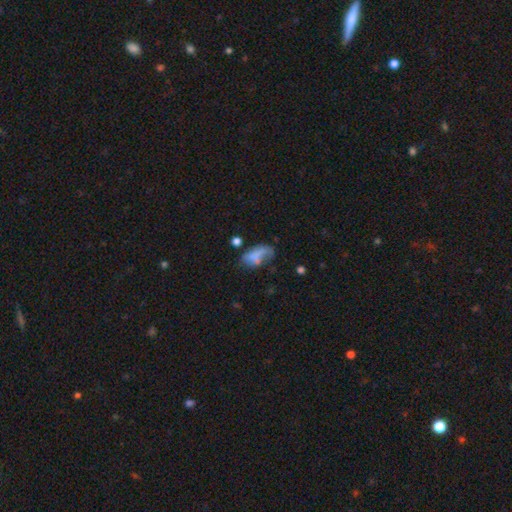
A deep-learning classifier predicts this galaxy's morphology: smooth 63%, featured or disk 25%, star or artifact 11%. Down the decision tree: how rounded — in between (89%); merging — major disturbance (35%).